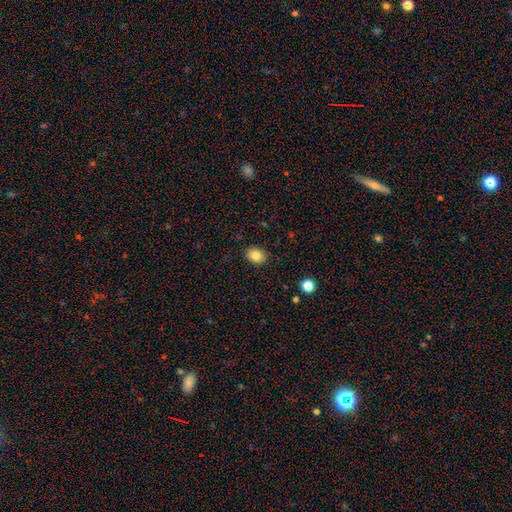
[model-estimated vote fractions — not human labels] This appears to be a smooth galaxy with no disk features (83%) that is in between round and cigar-shaped (52%). Merging: none (88%).